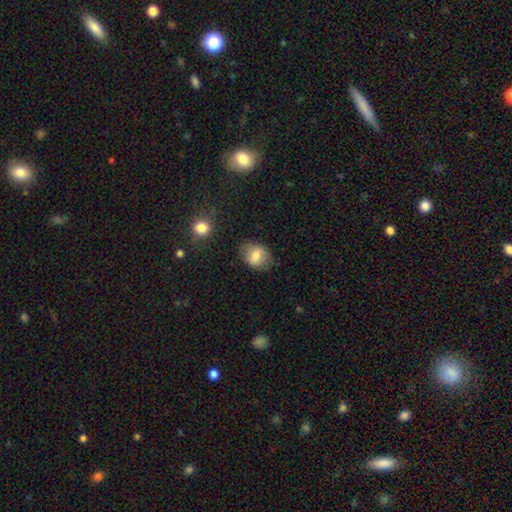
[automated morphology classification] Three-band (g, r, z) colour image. It shows a smooth galaxy with no disk features (75%) that is in between round and cigar-shaped (55%). Merging: none (72%).